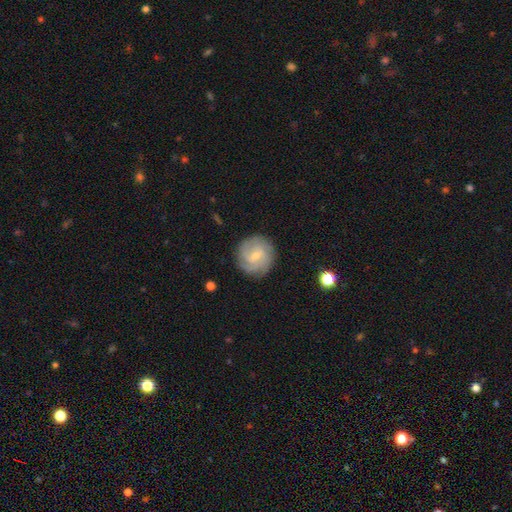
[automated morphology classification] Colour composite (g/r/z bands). It shows a featured or disk galaxy (71%) with a weak bar (54%), tight (58%) spiral arms (93%) and a small central bulge (65%). Merging: none (84%).